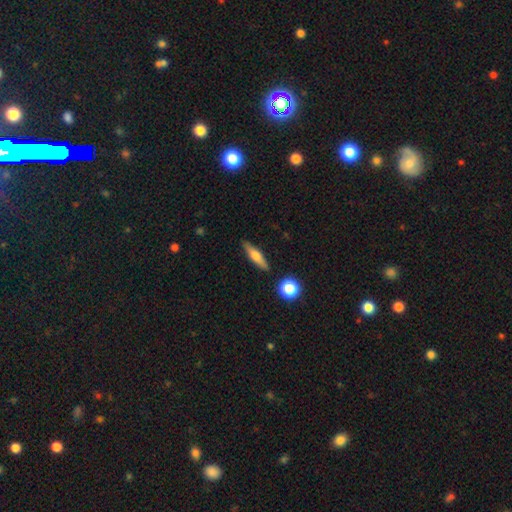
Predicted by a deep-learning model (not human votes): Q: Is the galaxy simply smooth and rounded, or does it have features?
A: smooth — 56%.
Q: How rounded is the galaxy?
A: cigar-shaped — 67%.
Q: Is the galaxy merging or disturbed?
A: none — 86%.